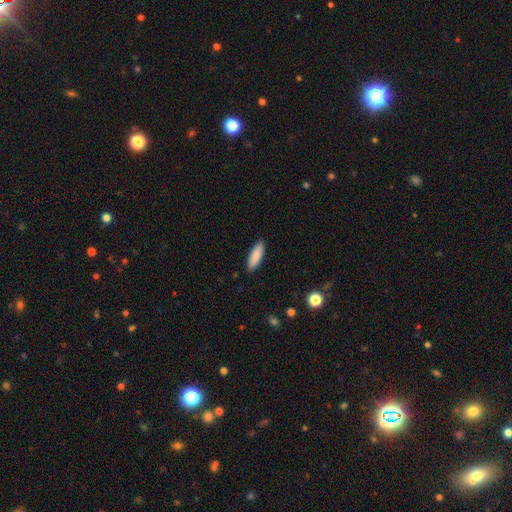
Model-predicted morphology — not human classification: Smooth or featured? smooth (87%)
How rounded? in between (50%)
Merging? none (89%)